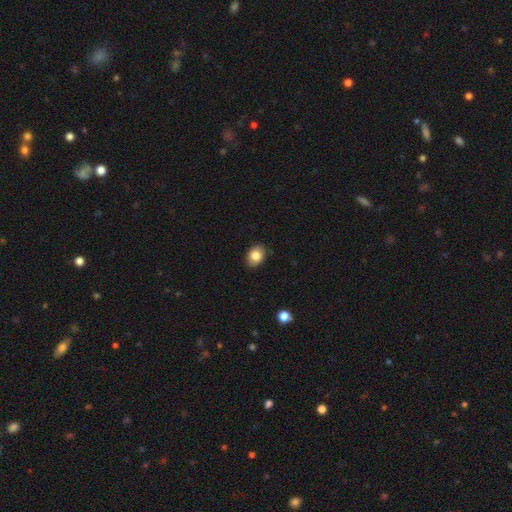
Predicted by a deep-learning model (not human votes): Smooth or featured? smooth (85%)
How rounded? in between (69%)
Merging? none (86%)